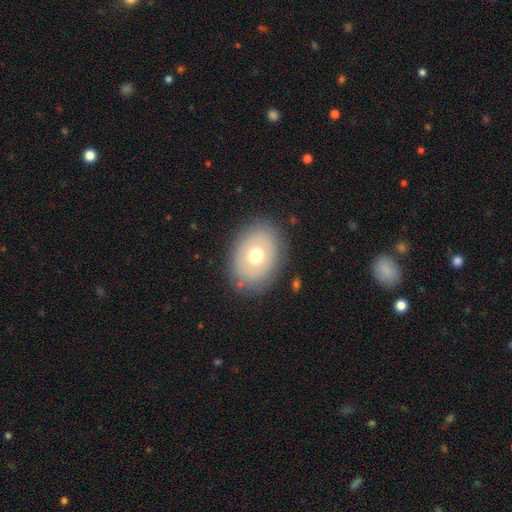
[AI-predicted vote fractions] Smooth or featured?
  - smooth: 55% *
  - featured or disk: 38%
  - star or artifact: 7%
How rounded?
  - in between: 69% *
  - round: 31%
  - cigar-shaped: 1%
Merging?
  - none: 82% *
  - minor disturbance: 12%
  - major disturbance: 5%
  - merger: 1%